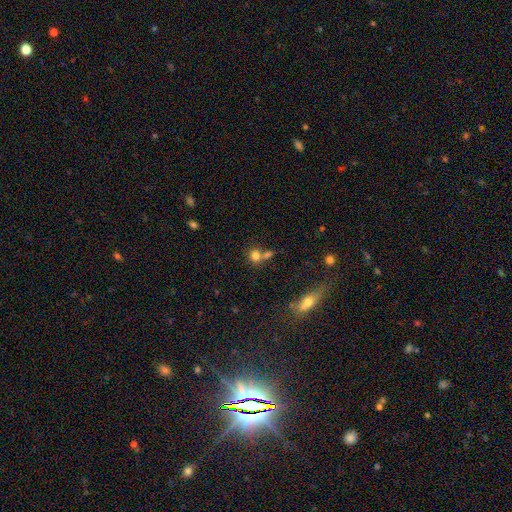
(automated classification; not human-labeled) Smooth or featured?
  - smooth: 76% *
  - star or artifact: 13%
  - featured or disk: 10%
How rounded?
  - round: 75% *
  - in between: 23%
  - cigar-shaped: 2%
Merging?
  - none: 45% *
  - merger: 41%
  - minor disturbance: 9%
  - major disturbance: 5%